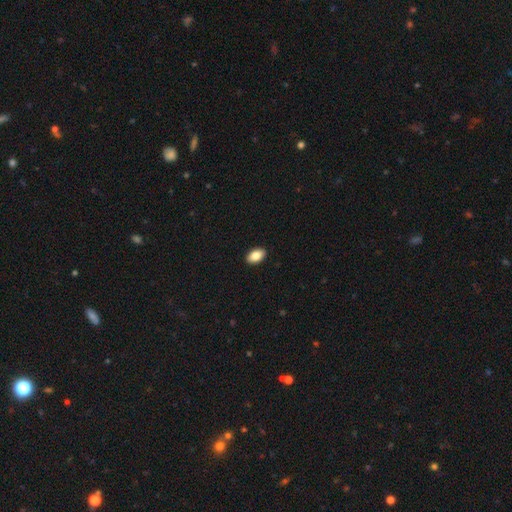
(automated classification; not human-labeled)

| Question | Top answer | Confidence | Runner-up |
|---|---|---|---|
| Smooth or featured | smooth | 86% | featured or disk (7%) |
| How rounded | in between | 93% | round (5%) |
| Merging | none | 91% | minor disturbance (6%) |